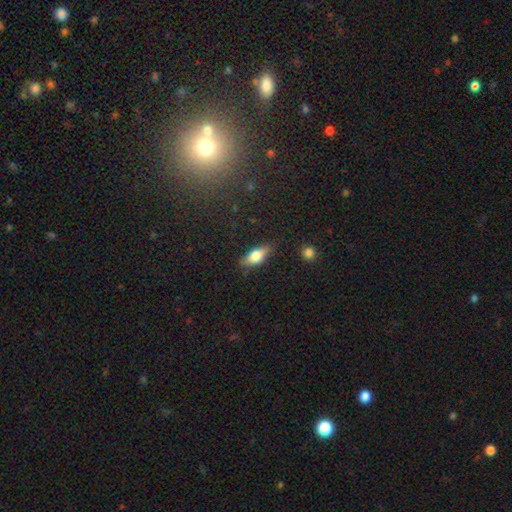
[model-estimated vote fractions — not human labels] smooth-or-featured: smooth: 66% | featured or disk: 26% | star or artifact: 8%
  how-rounded: in between: 75% | cigar-shaped: 21% | round: 4%
  merging: none: 77% | minor disturbance: 17% | major disturbance: 4% | merger: 2%